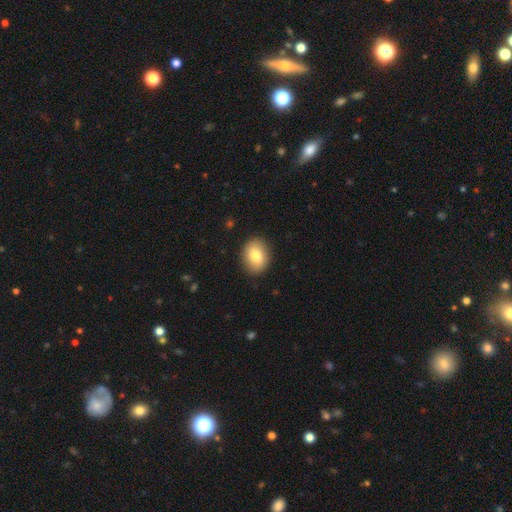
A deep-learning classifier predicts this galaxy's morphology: Q: Smooth or featured?
A: smooth (79%); runner-up: featured or disk (13%)
Q: How rounded?
A: in between (59%); runner-up: round (40%)
Q: Merging?
A: none (89%); runner-up: minor disturbance (8%)